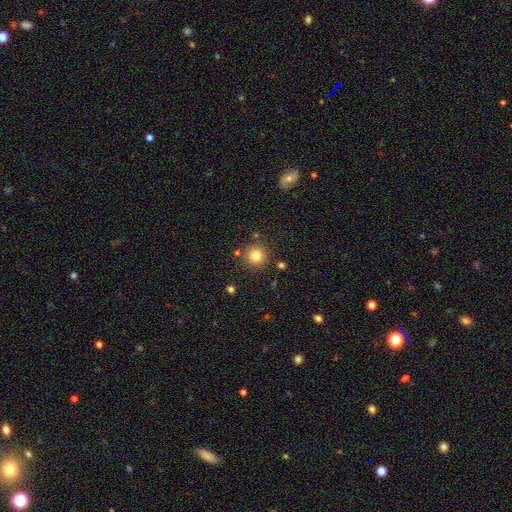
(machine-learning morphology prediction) Smooth or featured? Predicted: smooth (p=0.81). How rounded? Predicted: round (p=0.94). Merging? Predicted: none (p=0.85).